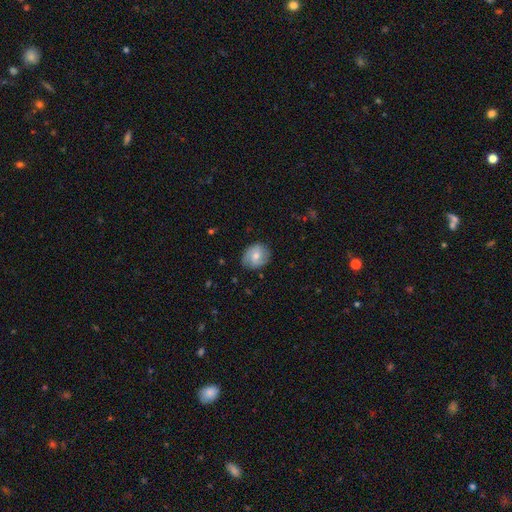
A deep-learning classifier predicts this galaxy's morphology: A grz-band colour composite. It shows a smooth galaxy with no disk features (53%) that is round (65%). Merging: none (79%).